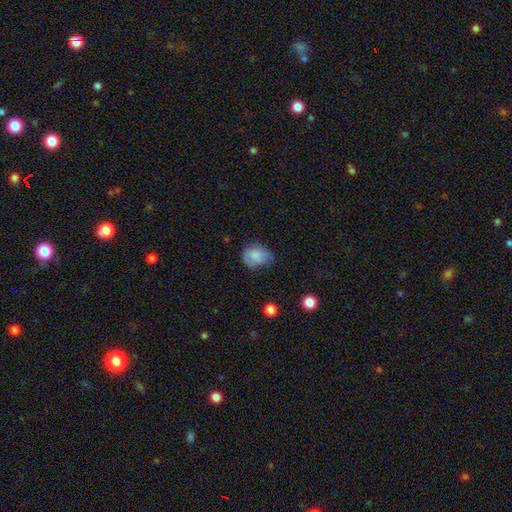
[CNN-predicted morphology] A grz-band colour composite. It shows a smooth galaxy with no disk features (83%) that is round (53%). Merging: none (55%).